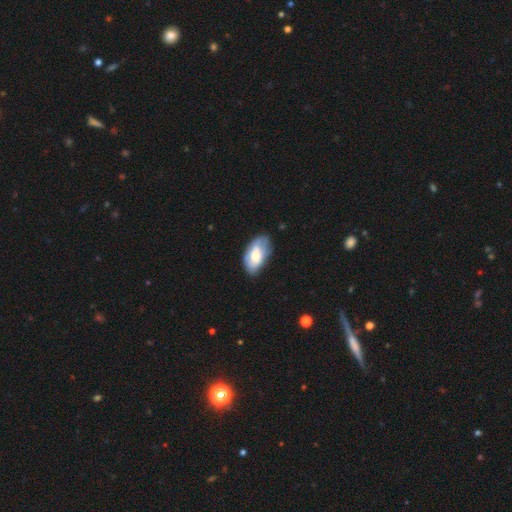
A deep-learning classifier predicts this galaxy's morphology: Smooth or featured? Predicted: smooth (p=0.55). How rounded? Predicted: in between (p=0.94). Merging? Predicted: none (p=0.62).